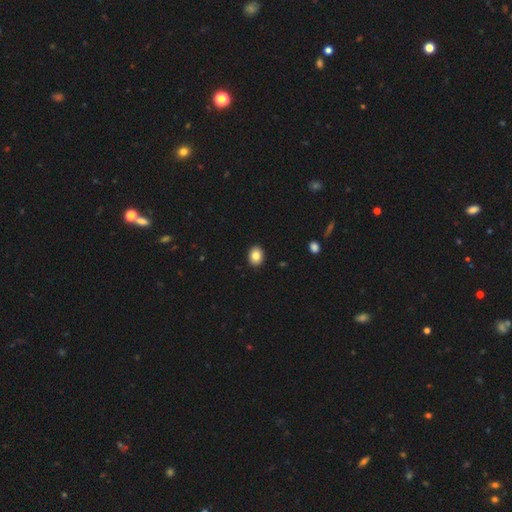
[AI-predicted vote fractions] This is clearly a smooth galaxy (85%). How rounded: possibly in between (57%). Merging: clearly none (92%).